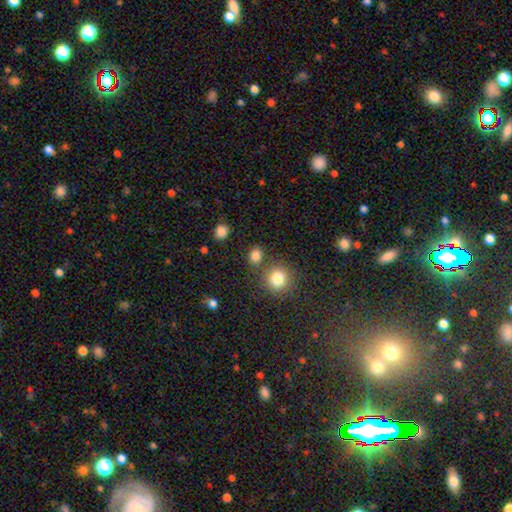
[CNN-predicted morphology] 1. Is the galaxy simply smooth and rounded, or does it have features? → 82% smooth, 13% star or artifact, 5% featured or disk.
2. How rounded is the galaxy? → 62% round, 36% in between, 1% cigar-shaped.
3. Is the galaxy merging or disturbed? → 74% none, 13% merger, 10% minor disturbance, 4% major disturbance.